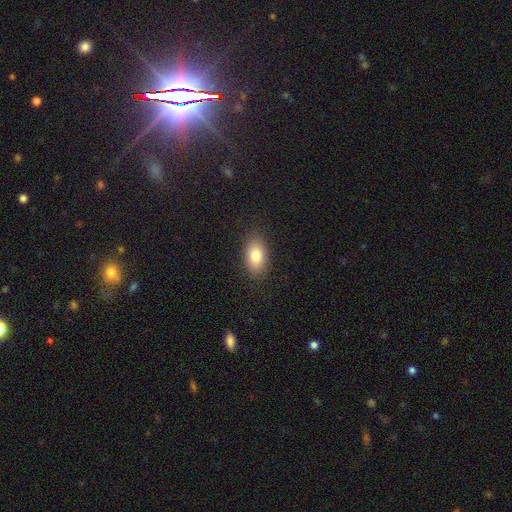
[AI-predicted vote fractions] smooth_or_featured: smooth (p=0.81) [alt: featured or disk p=0.10]
how_rounded: in between (p=0.89) [alt: round p=0.08]
merging: none (p=0.87) [alt: minor disturbance p=0.10]